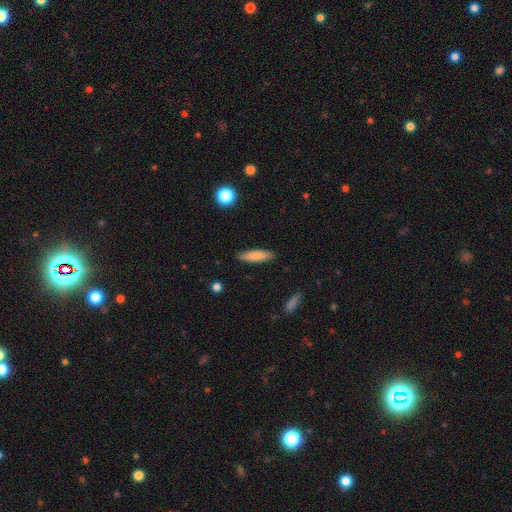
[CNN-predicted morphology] Smooth or featured: smooth — 83% (featured or disk — 10%)
How rounded: cigar-shaped — 68% (in between — 30%)
Merging: none — 89% (minor disturbance — 8%)